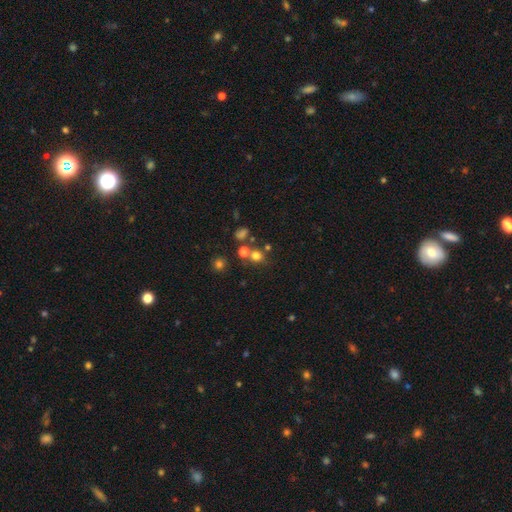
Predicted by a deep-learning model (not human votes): smooth-or-featured: smooth: 70% | star or artifact: 21% | featured or disk: 9%
  how-rounded: round: 83% | in between: 16% | cigar-shaped: 1%
  merging: none: 62% | merger: 24% | minor disturbance: 10% | major disturbance: 5%